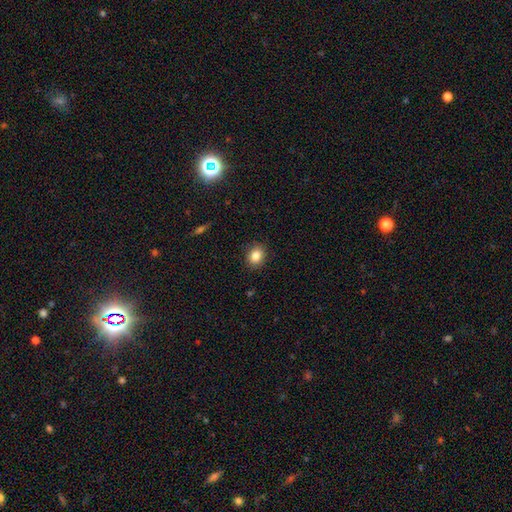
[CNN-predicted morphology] smooth-or-featured: smooth: 84% | star or artifact: 10% | featured or disk: 6%
  how-rounded: round: 53% | in between: 46% | cigar-shaped: 1%
  merging: none: 89% | minor disturbance: 8% | major disturbance: 2% | merger: 1%